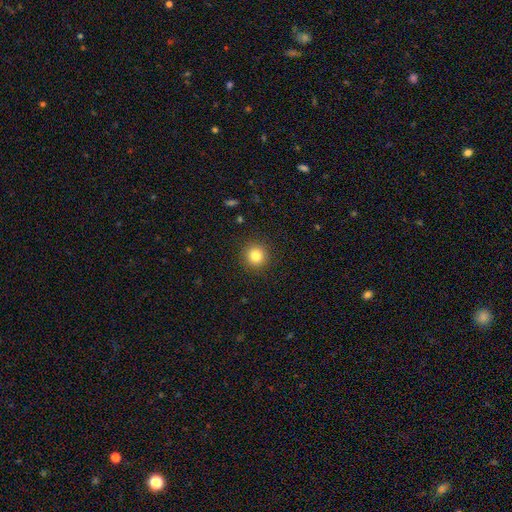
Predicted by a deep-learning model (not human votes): The model was most divided on "smooth or featured": smooth: 82%, star or artifact: 12%, featured or disk: 6%. More confident: how rounded — round (95%); merging — none (91%).